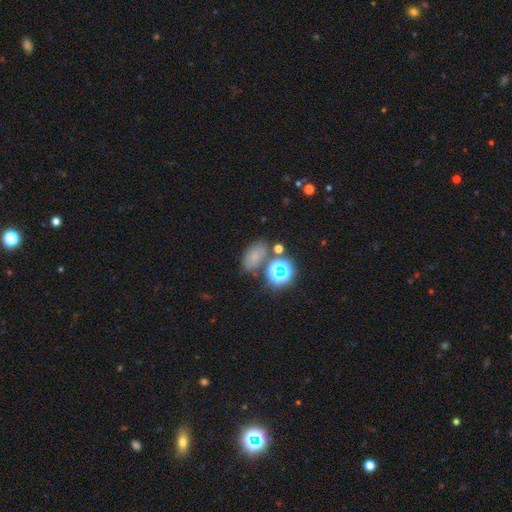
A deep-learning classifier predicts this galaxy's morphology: smooth 60%, star or artifact 27%, featured or disk 13%. Down the decision tree: how rounded — in between (79%); merging — none (64%).